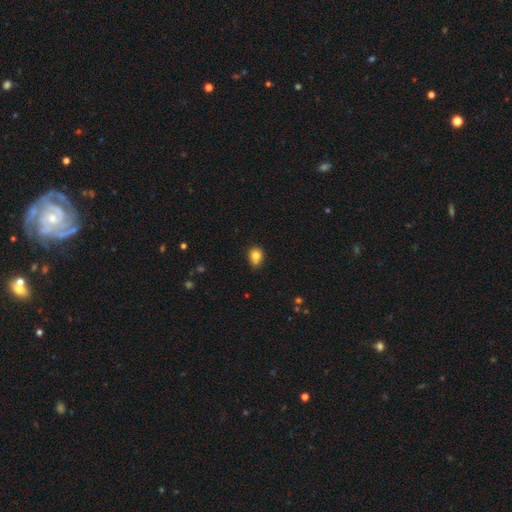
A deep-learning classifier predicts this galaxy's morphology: Smooth or featured? Predicted: smooth (p=0.80). How rounded? Predicted: round (p=0.57). Merging? Predicted: none (p=0.58).